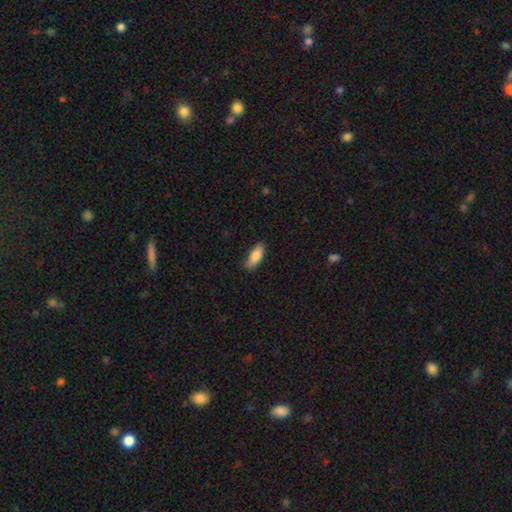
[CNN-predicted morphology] Smooth or featured? smooth (85%)
How rounded? in between (76%)
Merging? none (79%)